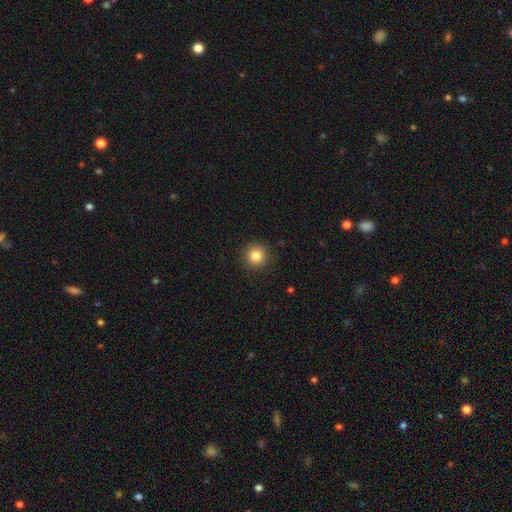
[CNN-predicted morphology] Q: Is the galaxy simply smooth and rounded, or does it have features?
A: smooth — 83%.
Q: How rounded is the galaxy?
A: round — 94%.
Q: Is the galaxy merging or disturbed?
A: none — 91%.